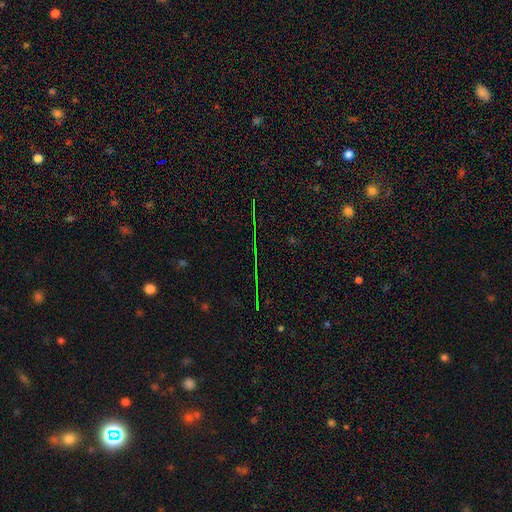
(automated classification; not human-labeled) Smooth or featured: star or artifact — 72% (smooth — 18%)